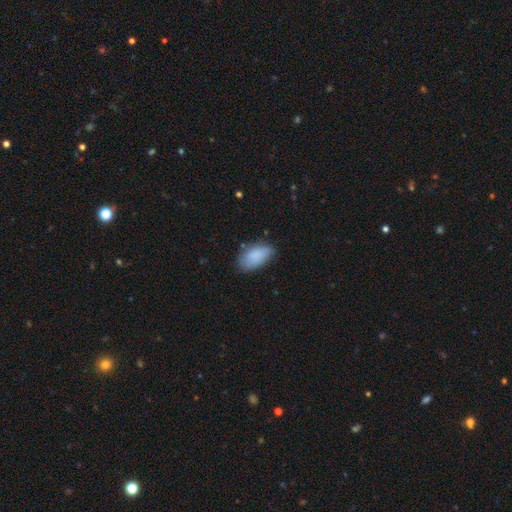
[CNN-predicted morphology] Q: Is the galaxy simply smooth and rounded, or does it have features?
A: smooth — 85%.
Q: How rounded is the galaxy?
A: in between — 94%.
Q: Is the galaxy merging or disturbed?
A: none — 66%.